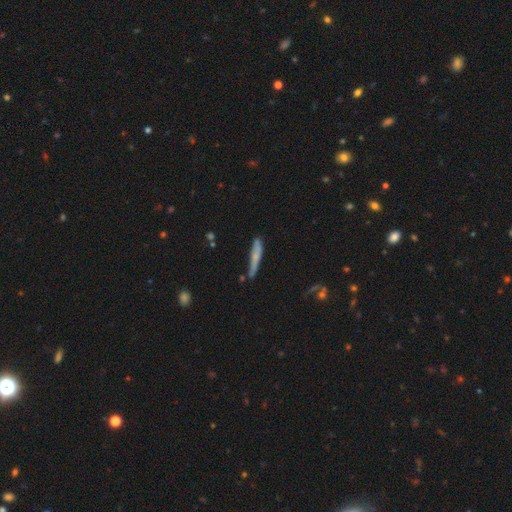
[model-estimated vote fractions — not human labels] Morphology: type=smooth (55%); roundness=cigar-shaped (92%); merging=none (64%).